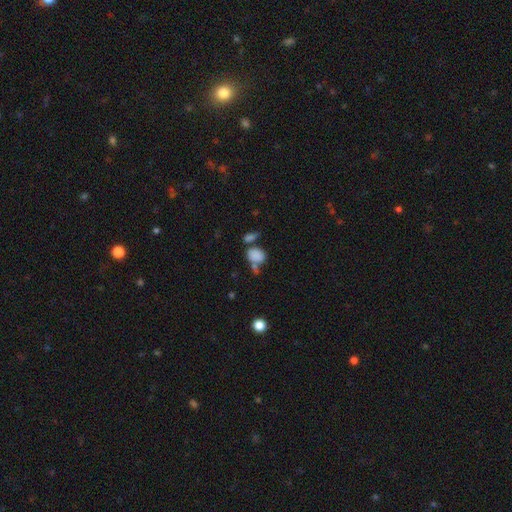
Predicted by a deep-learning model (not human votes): This appears to be a smooth galaxy with no disk features (81%) that is in between round and cigar-shaped (66%). Merging: none (42%).